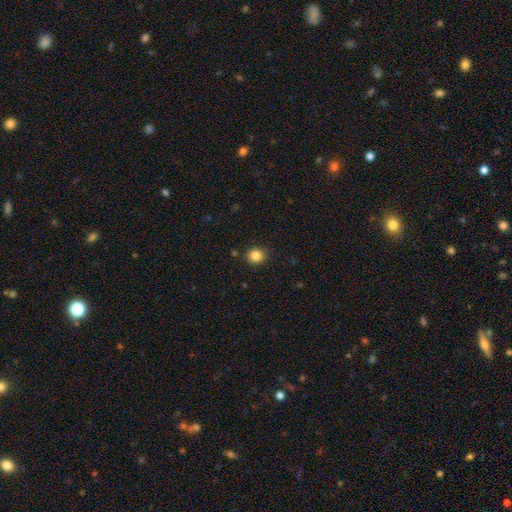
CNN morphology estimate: Smooth or featured? smooth (84%)
How rounded? round (86%)
Merging? none (89%)